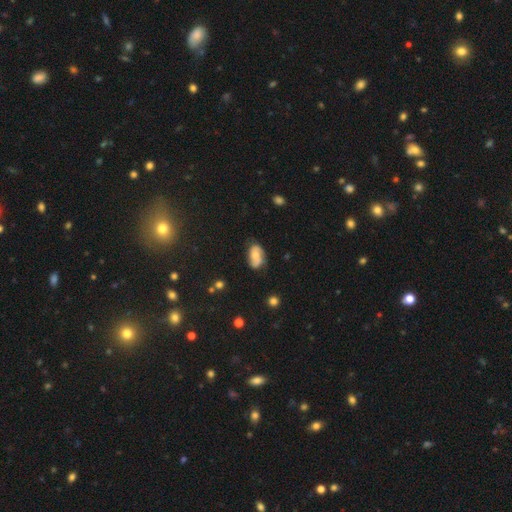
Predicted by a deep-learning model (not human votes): smooth-or-featured: smooth: 47% | featured or disk: 43% | star or artifact: 10%
  merging: none: 62% | minor disturbance: 26% | major disturbance: 8% | merger: 3%